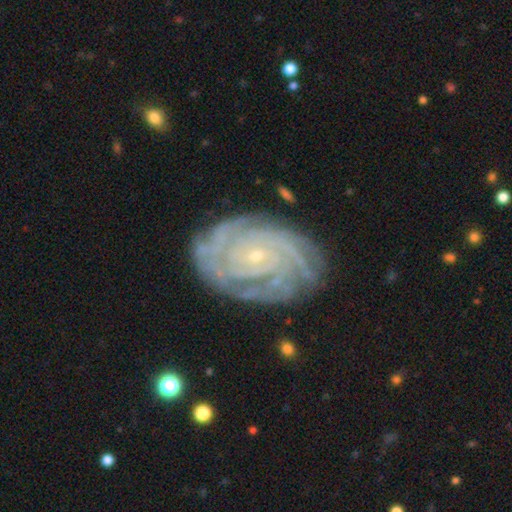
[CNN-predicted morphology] A featured or disk galaxy (89%) with no bar (76%), 4 (25%) tight (85%) spiral arms (98%) and a small central bulge (86%). Merging: none (80%).